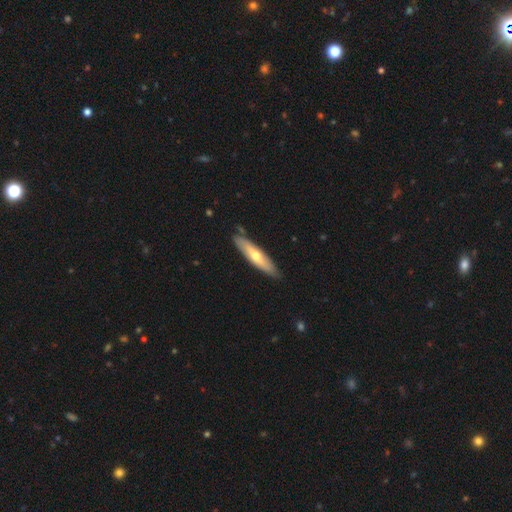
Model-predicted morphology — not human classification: This appears to be a smooth galaxy with no disk features (55%) that is cigar-shaped (78%). Merging: none (84%).